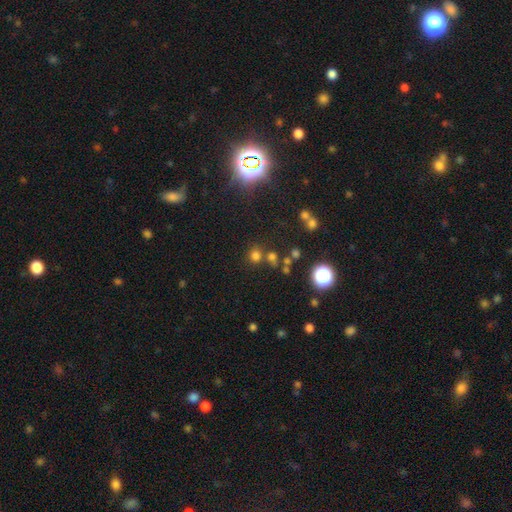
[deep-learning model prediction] smooth-or-featured: smooth: 67% | star or artifact: 26% | featured or disk: 7%
  how-rounded: round: 86% | in between: 13% | cigar-shaped: 1%
  merging: none: 68% | merger: 19% | minor disturbance: 9% | major disturbance: 4%